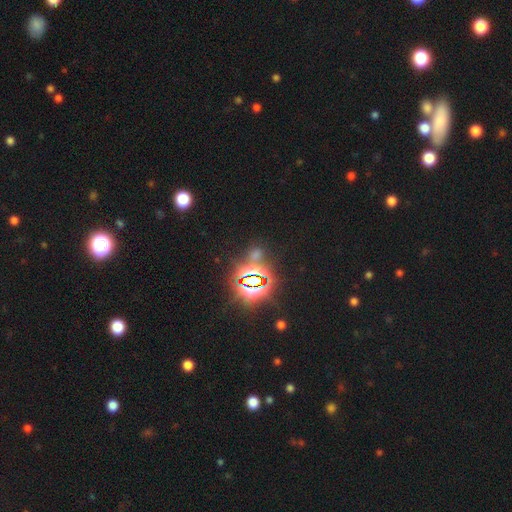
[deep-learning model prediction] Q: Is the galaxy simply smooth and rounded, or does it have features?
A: star or artifact — 78%.